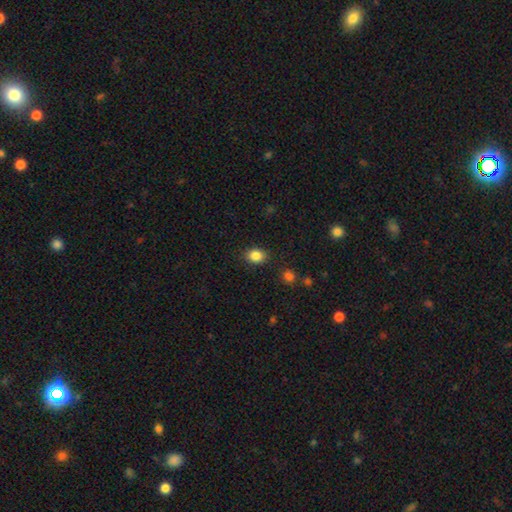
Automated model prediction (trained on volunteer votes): smooth-or-featured: smooth: 85% | star or artifact: 10% | featured or disk: 5%
  how-rounded: in between: 59% | round: 40% | cigar-shaped: 1%
  merging: none: 86% | minor disturbance: 10% | major disturbance: 3% | merger: 2%